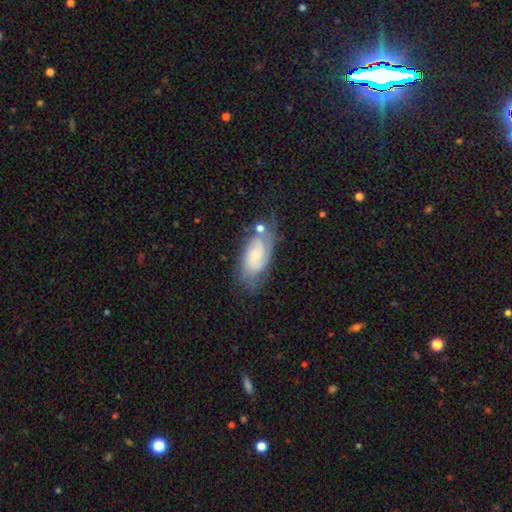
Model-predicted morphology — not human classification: type=featured or disk (67%); edge-on=no (94%); bar=no (69%); spiral arms=yes (90%); winding=tight (49%); arm count=2 (44%); bulge=small (61%); merging=none (51%).